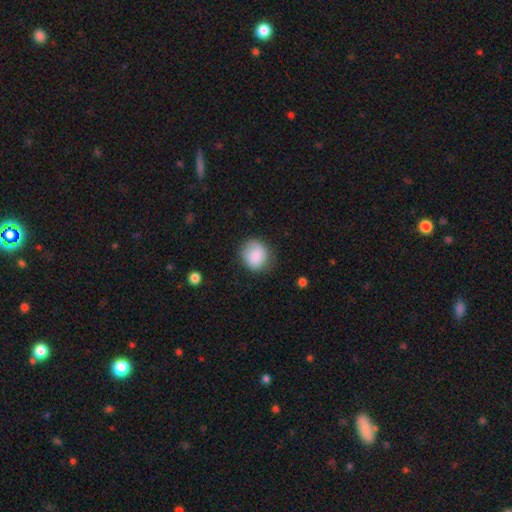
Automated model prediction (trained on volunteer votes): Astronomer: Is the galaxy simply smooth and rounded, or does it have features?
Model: smooth — 82%.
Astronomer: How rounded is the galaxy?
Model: round — 79%.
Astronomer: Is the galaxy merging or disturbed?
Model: none — 73%.